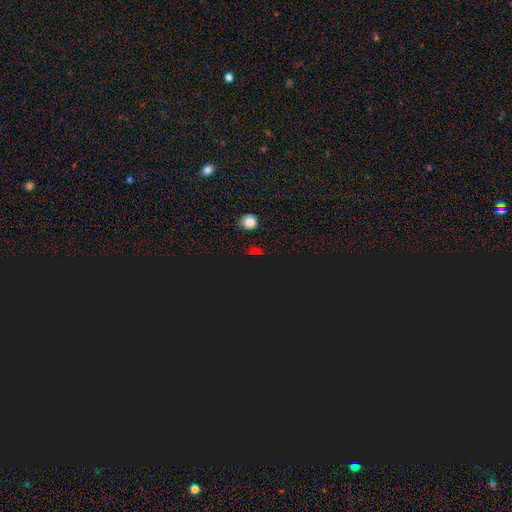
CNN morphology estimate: A star or artifact, not a galaxy (72%).

Vote fractions:
- Smooth or featured? star or artifact: 72% / smooth: 20% / featured or disk: 7%